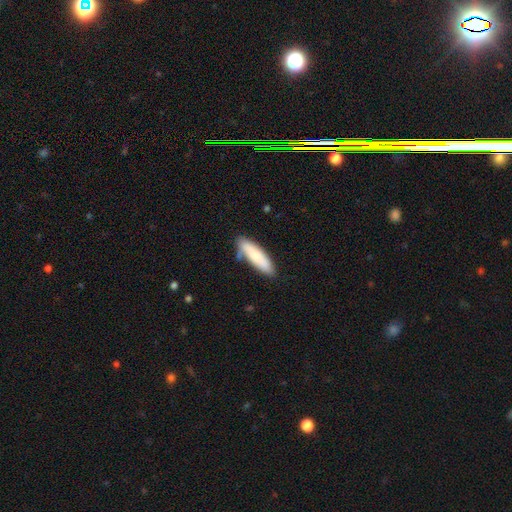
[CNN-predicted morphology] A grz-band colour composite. It shows a smooth galaxy with no disk features (81%) that is cigar-shaped (64%). Merging: none (73%).